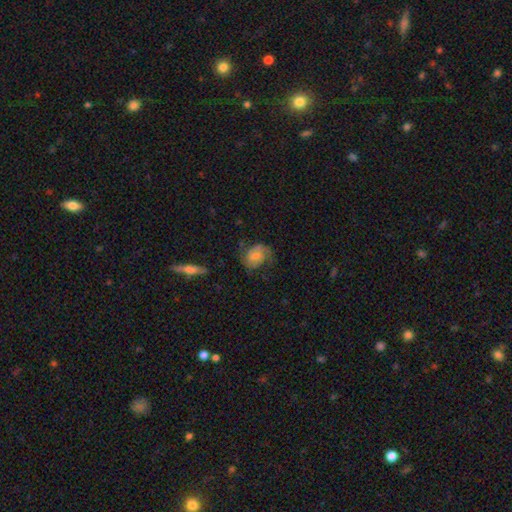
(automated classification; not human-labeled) The model was most divided on "bulge size": small: 41%, moderate: 38%, none: 12%, large: 7%, dominant: 2%. More confident: edge-on disk — no (97%); spiral arms — yes (86%); bar — no (60%); smooth or featured — featured or disk (58%); merging — none (56%).